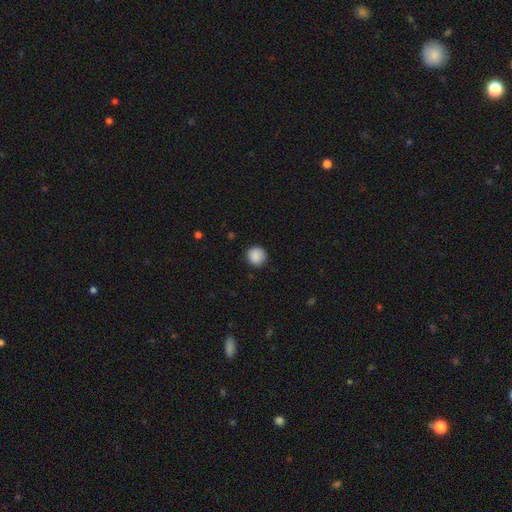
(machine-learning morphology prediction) type=smooth (89%); roundness=round (93%); merging=none (89%).